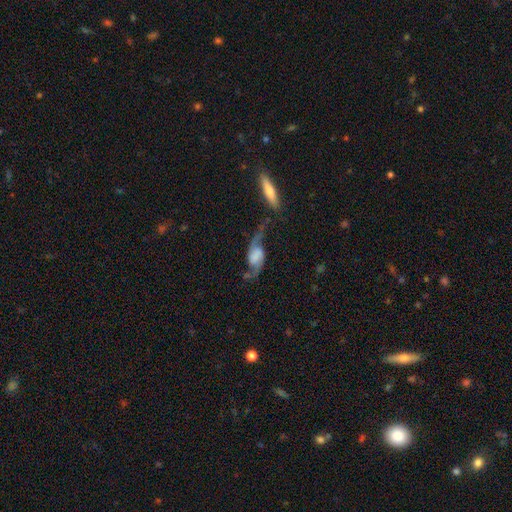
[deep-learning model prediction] This is likely a featured or disk galaxy (79%). It is clearly not viewed edge-on (93%). Bar: marginally no (44%). Spiral arm pattern: clearly yes (94%). Spiral arm count: clearly 2 (92%). Spiral winding: likely loose (78%). Central bulge: marginally none (39%). Merging: possibly none (49%).